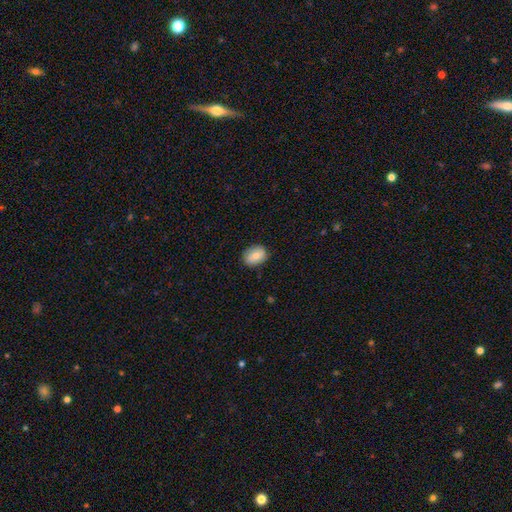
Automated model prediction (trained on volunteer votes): The model was most divided on "how rounded": in between: 63%, round: 36%, cigar-shaped: 1%. More confident: merging — none (82%); smooth or featured — smooth (74%).